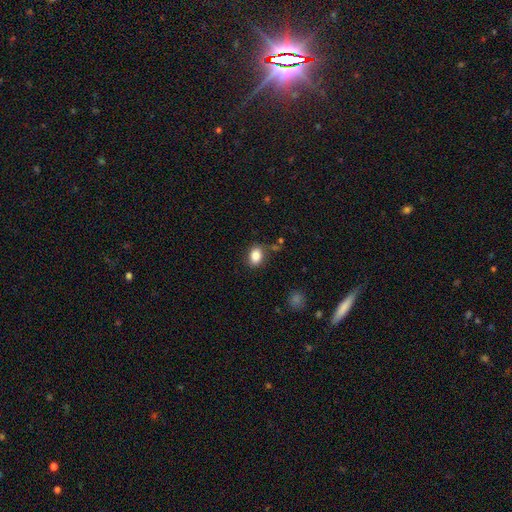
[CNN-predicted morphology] This appears to be a smooth galaxy with no disk features (84%) that is in between round and cigar-shaped (69%). Merging: none (78%).